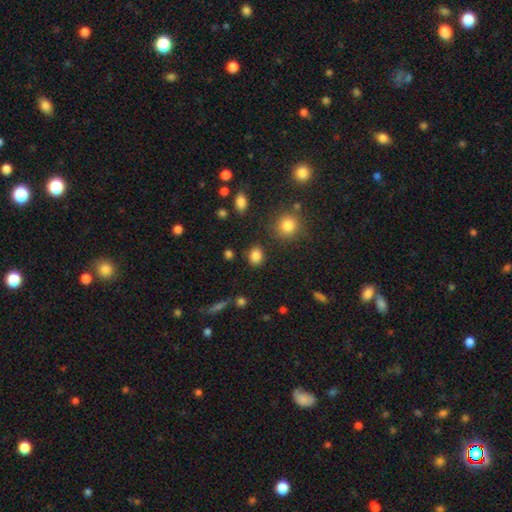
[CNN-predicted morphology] This appears to be a smooth galaxy with no disk features (84%) that is in between round and cigar-shaped (50%). Merging: none (85%).